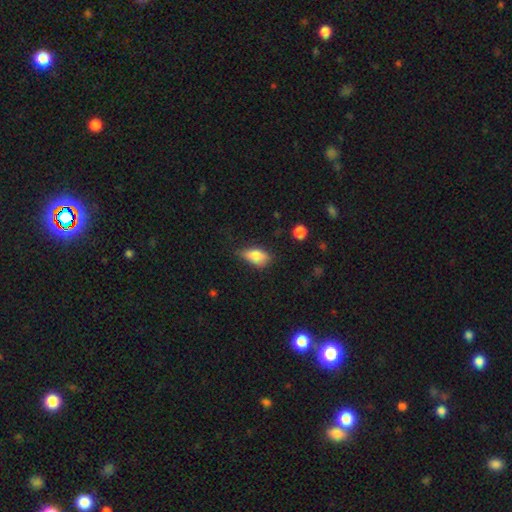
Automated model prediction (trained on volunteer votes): smooth-or-featured: smooth: 78% | featured or disk: 14% | star or artifact: 8%
  how-rounded: in between: 86% | cigar-shaped: 8% | round: 6%
  merging: none: 54% | minor disturbance: 35% | major disturbance: 10% | merger: 2%